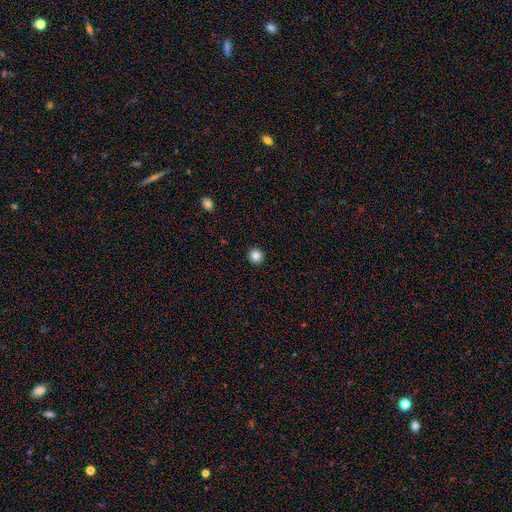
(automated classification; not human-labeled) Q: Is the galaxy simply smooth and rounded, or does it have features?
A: smooth — 84%.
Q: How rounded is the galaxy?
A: round — 95%.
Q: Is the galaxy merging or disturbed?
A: none — 93%.